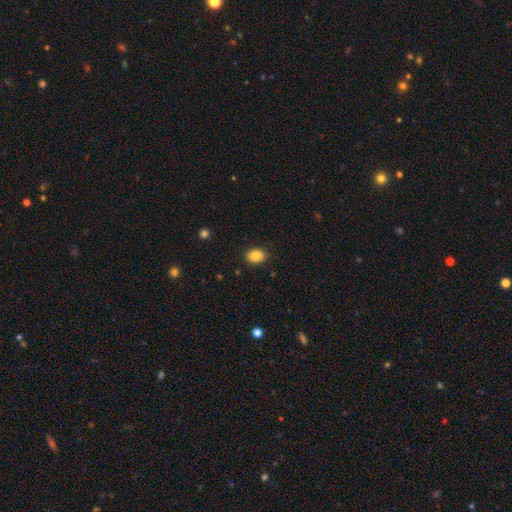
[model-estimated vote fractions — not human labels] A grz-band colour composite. It shows a smooth galaxy with no disk features (85%) that is in between round and cigar-shaped (64%). Merging: none (89%).